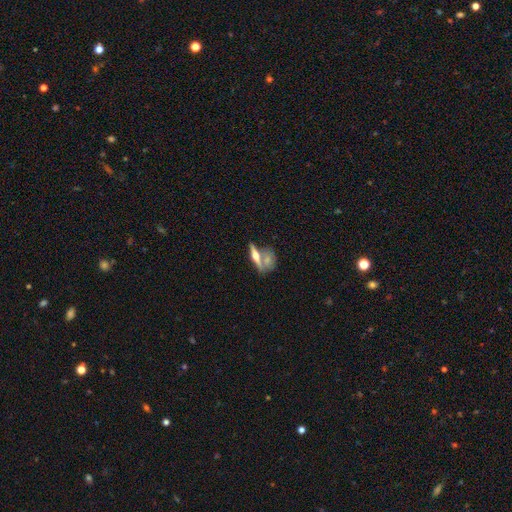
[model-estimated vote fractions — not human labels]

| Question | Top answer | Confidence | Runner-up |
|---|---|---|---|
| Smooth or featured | featured or disk | 53% | smooth (39%) |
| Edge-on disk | yes | 88% | no (12%) |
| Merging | none | 49% | merger (36%) |